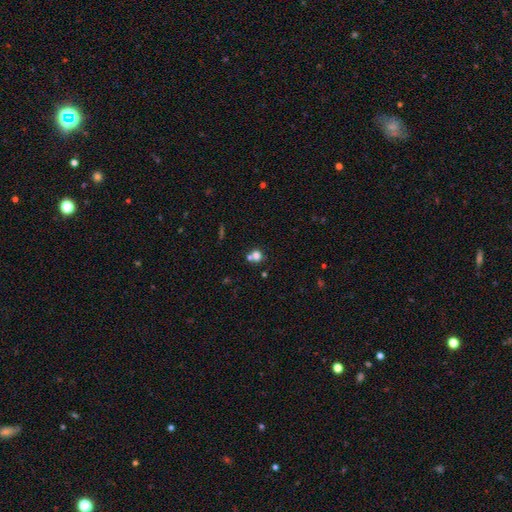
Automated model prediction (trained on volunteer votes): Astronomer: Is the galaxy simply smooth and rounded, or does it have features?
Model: smooth — 72%.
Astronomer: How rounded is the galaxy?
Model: round — 84%.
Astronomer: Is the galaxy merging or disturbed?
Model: none — 54% (runner-up: merger, 34%).